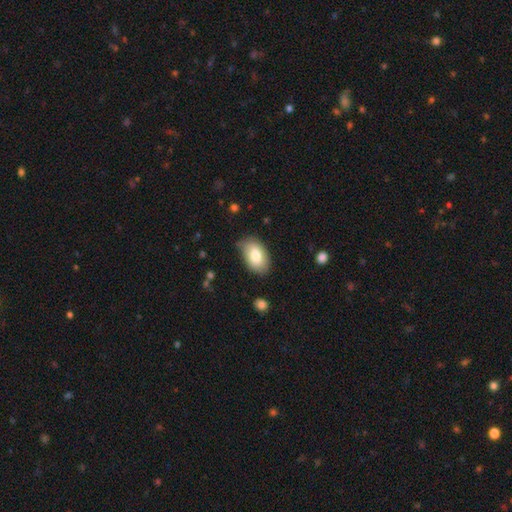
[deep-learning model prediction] A smooth galaxy with no disk features (79%) that is in between round and cigar-shaped (93%).

Vote fractions:
- Smooth or featured? smooth: 79% / featured or disk: 14% / star or artifact: 7%
- How rounded? in between: 93% / round: 6% / cigar-shaped: 1%
- Merging? none: 75% / minor disturbance: 19% / major disturbance: 4% / merger: 2%